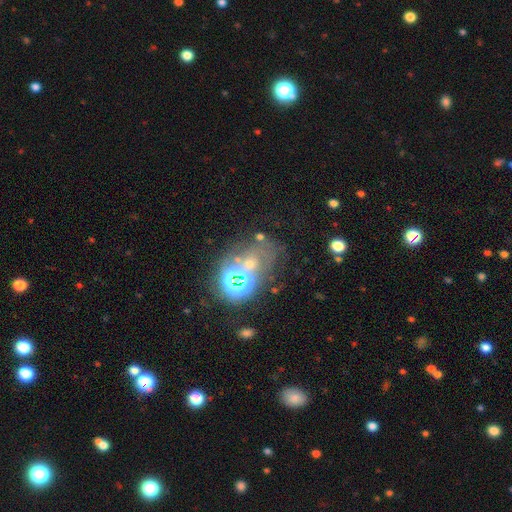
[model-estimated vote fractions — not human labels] Smooth or featured? Predicted: star or artifact (p=0.62).